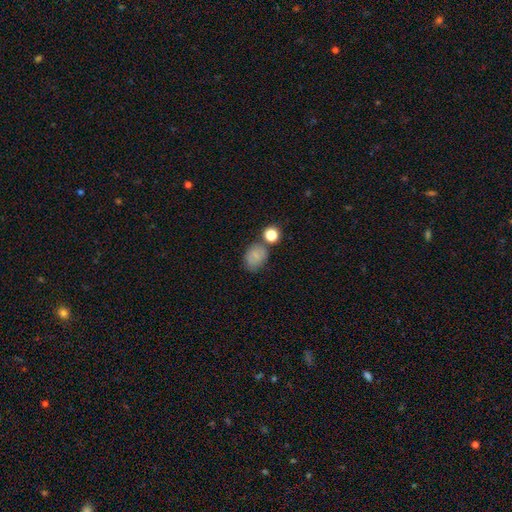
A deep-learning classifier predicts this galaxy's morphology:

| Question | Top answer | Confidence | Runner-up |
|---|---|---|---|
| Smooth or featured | smooth | 76% | featured or disk (12%) |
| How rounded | in between | 53% | round (46%) |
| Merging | none | 63% | minor disturbance (18%) |